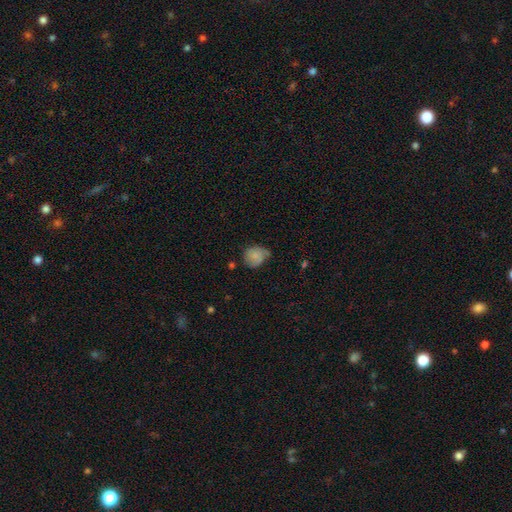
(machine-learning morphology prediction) A smooth galaxy with no disk features (69%) that is round (68%).

Vote fractions:
- Smooth or featured? smooth: 69% / featured or disk: 22% / star or artifact: 8%
- How rounded? round: 68% / in between: 31% / cigar-shaped: 1%
- Merging? none: 47% / minor disturbance: 38% / major disturbance: 11% / merger: 4%